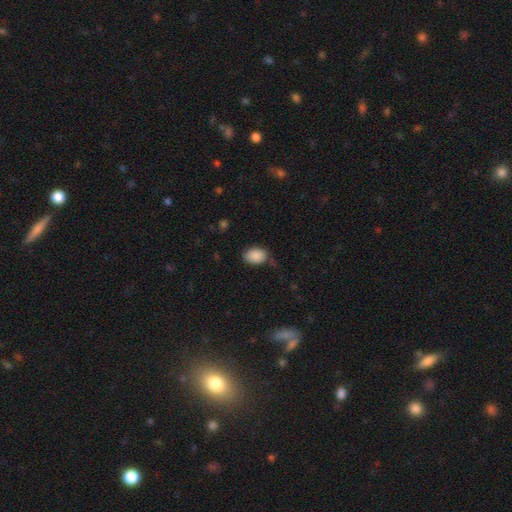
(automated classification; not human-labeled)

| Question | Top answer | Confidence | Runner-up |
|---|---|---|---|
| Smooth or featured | smooth | 88% | star or artifact (8%) |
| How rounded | in between | 80% | round (19%) |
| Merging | none | 72% | minor disturbance (20%) |